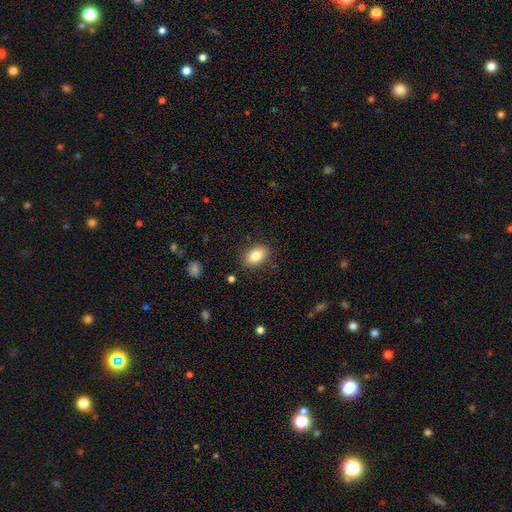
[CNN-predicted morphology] This appears to be a smooth galaxy with no disk features (82%) that is in between round and cigar-shaped (84%). Merging: none (87%).